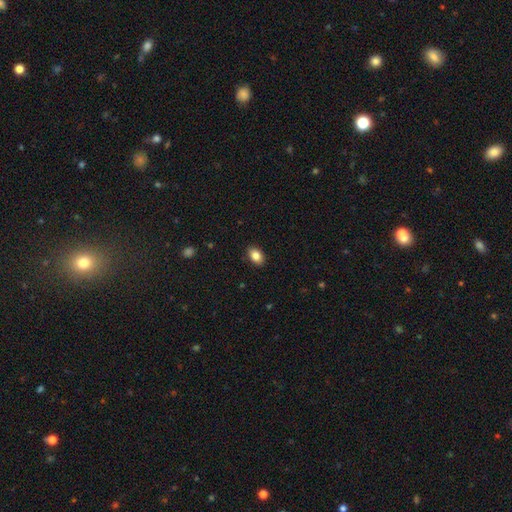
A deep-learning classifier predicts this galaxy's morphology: Q: Smooth or featured?
A: smooth (85%); runner-up: star or artifact (8%)
Q: How rounded?
A: in between (86%); runner-up: round (13%)
Q: Merging?
A: none (89%); runner-up: minor disturbance (8%)